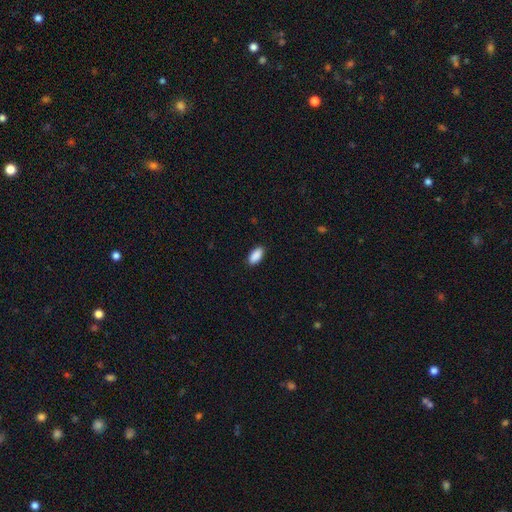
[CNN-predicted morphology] Q: Smooth or featured?
A: smooth (91%); runner-up: star or artifact (7%)
Q: How rounded?
A: in between (91%); runner-up: cigar-shaped (7%)
Q: Merging?
A: none (89%); runner-up: minor disturbance (8%)